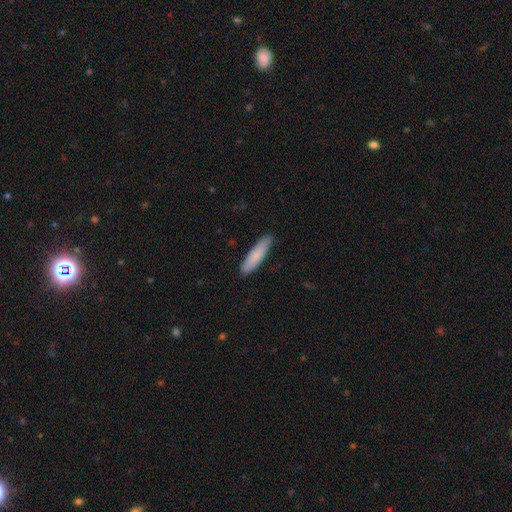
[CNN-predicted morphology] Smooth or featured? Predicted: smooth (p=0.83). How rounded? Predicted: cigar-shaped (p=0.74). Merging? Predicted: none (p=0.88).